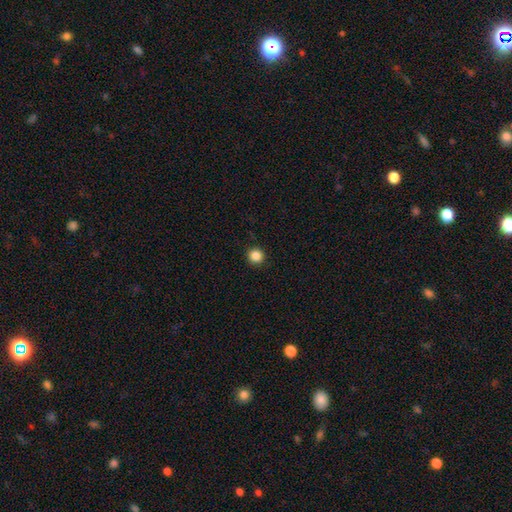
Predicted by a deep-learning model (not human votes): A smooth galaxy with no disk features (86%) that is round (96%). Merging: none (93%).